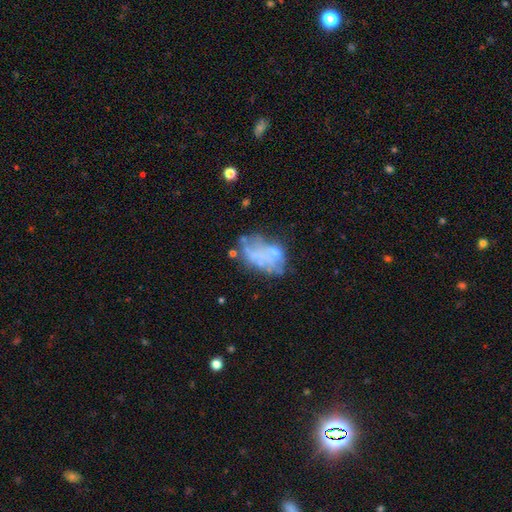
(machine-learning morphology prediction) Overall: featured or disk (52%; smooth 34%). Edge-on disk: no (98%). Bar: no (91%). Spiral arms: no (91%). Bulge size: none (73%). Merging: none (33%; major disturbance 30%).